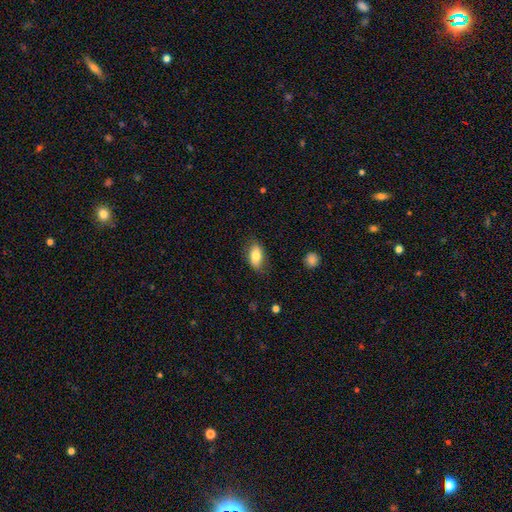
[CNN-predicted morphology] A smooth galaxy with no disk features (80%) that is in between round and cigar-shaped (89%). Merging: none (78%).